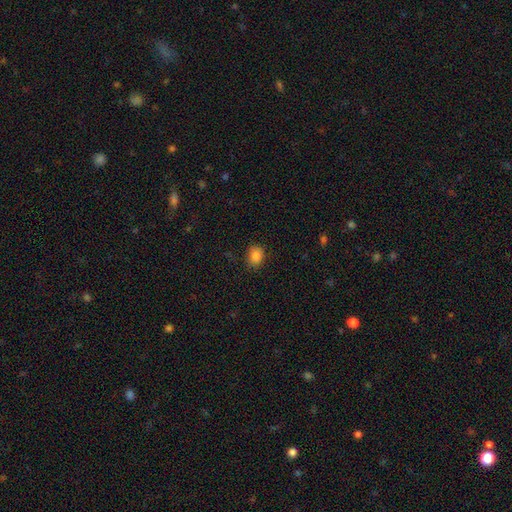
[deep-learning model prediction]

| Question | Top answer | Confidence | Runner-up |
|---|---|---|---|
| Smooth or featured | smooth | 85% | star or artifact (11%) |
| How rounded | round | 53% | in between (46%) |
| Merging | none | 84% | minor disturbance (12%) |